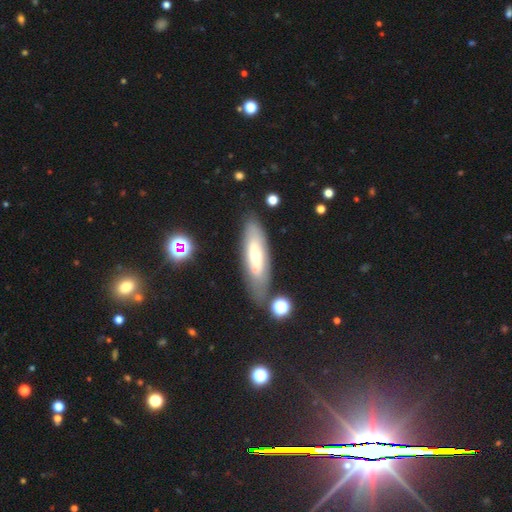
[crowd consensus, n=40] Volunteers were most divided on "smooth or featured" (2-way tie): smooth: 48%, featured or disk: 48%, star or artifact: 5%. More confident: merging — none (74%); how rounded — in between (58%).